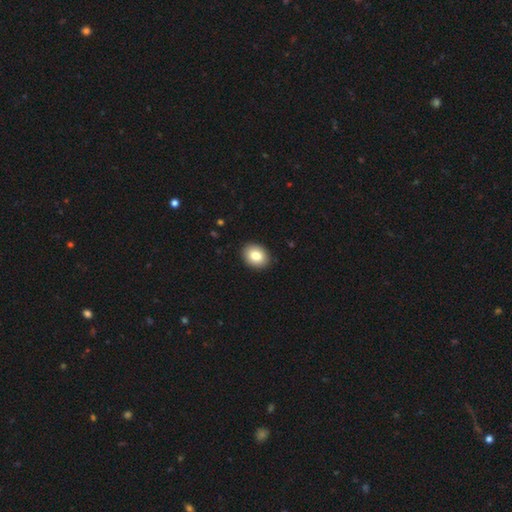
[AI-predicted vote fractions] Smooth or featured?
  - smooth: 83% *
  - featured or disk: 9%
  - star or artifact: 8%
How rounded?
  - in between: 56% *
  - round: 44%
  - cigar-shaped: 1%
Merging?
  - none: 91% *
  - minor disturbance: 7%
  - major disturbance: 2%
  - merger: 1%